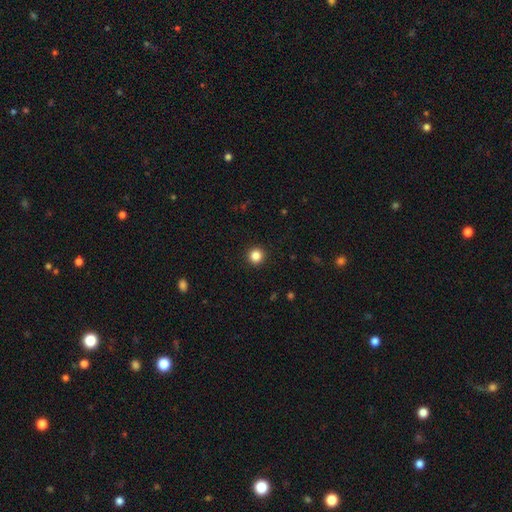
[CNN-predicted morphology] Smooth or featured? Predicted: smooth (p=0.85). How rounded? Predicted: round (p=0.95). Merging? Predicted: none (p=0.93).